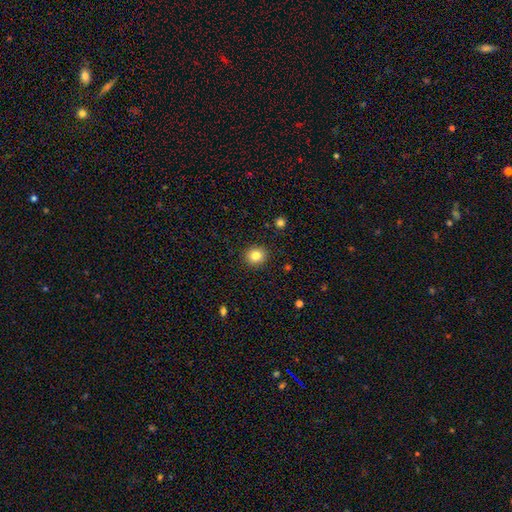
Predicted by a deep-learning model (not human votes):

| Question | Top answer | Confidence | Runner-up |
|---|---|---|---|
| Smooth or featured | smooth | 82% | star or artifact (11%) |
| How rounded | round | 83% | in between (16%) |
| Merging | none | 91% | minor disturbance (6%) |